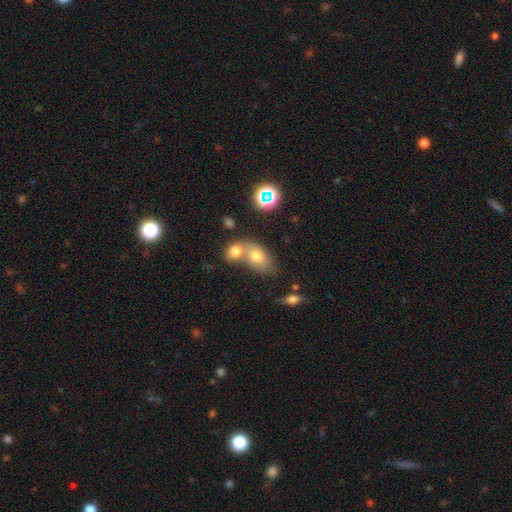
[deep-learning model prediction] This is likely a smooth galaxy (71%). How rounded: likely in between (78%). Merging: possibly merger (56%).